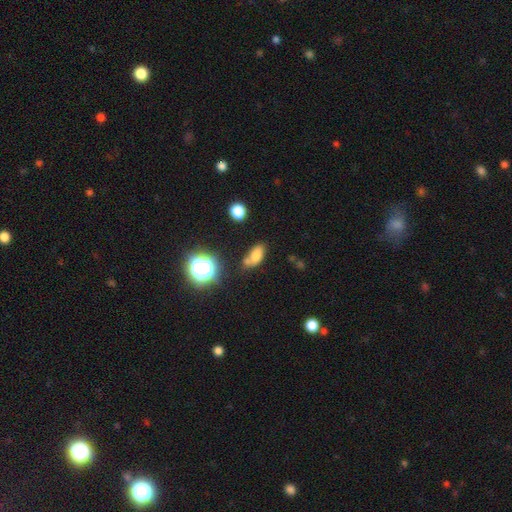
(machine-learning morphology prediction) Overall: smooth (73%). How rounded: in between (82%). Merging: none (48%; minor disturbance 22%).